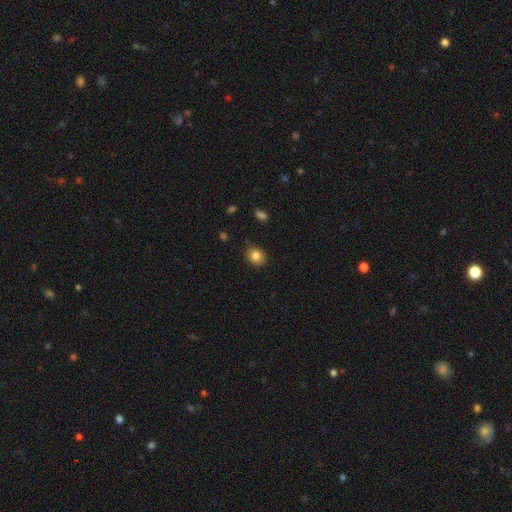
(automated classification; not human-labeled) Q: Smooth or featured?
A: smooth (83%); runner-up: star or artifact (10%)
Q: How rounded?
A: round (68%); runner-up: in between (31%)
Q: Merging?
A: none (84%); runner-up: minor disturbance (12%)